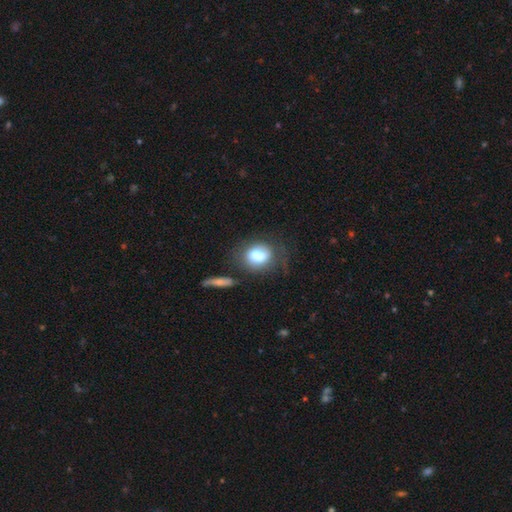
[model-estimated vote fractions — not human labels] Smooth or featured: smooth — 75% (featured or disk — 16%)
How rounded: in between — 55% (round — 44%)
Merging: none — 54% (minor disturbance — 22%)